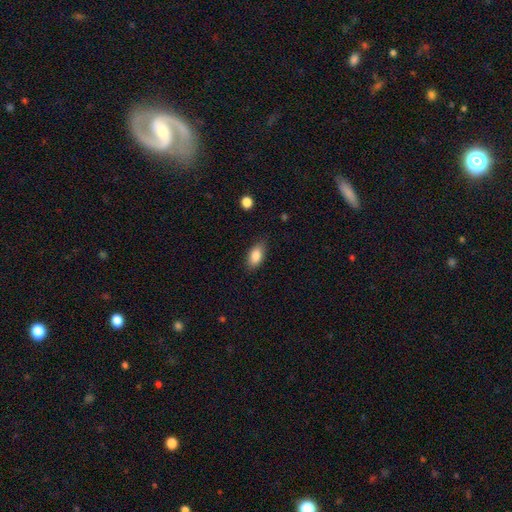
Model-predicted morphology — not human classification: This appears to be a smooth galaxy with no disk features (84%) that is in between round and cigar-shaped (89%). Merging: none (81%).